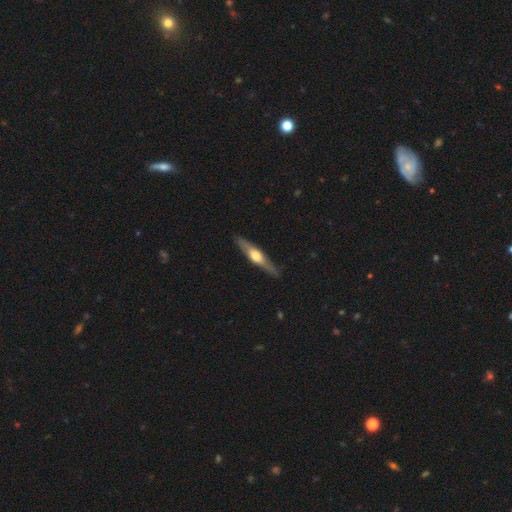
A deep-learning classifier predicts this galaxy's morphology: This appears to be a featured or disk galaxy (66%) viewed edge-on (95%) with a rounded central bulge (92%). Merging: none (87%).